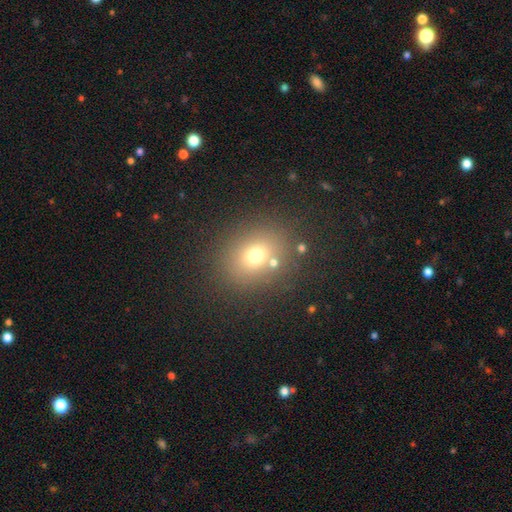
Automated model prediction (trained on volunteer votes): A smooth galaxy with no disk features (69%) that is round (61%).

Vote fractions:
- Smooth or featured? smooth: 69% / star or artifact: 18% / featured or disk: 13%
- How rounded? round: 61% / in between: 38% / cigar-shaped: 1%
- Merging? none: 77% / minor disturbance: 10% / merger: 8% / major disturbance: 5%